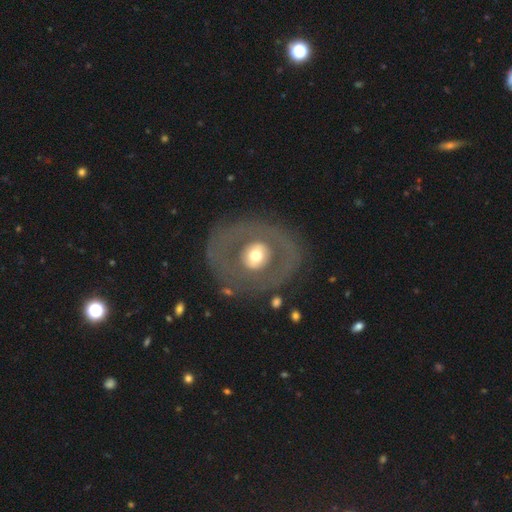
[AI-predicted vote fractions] This appears to be a featured or disk galaxy (54%) with no bar (78%), no spiral arms (88%) and a moderate central bulge (59%). Merging: none (78%).